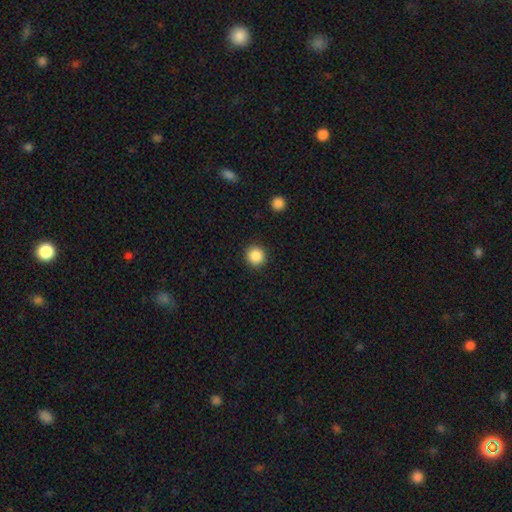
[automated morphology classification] smooth-or-featured: smooth: 87% | star or artifact: 9% | featured or disk: 4%
  how-rounded: round: 95% | in between: 4% | cigar-shaped: 1%
  merging: none: 92% | minor disturbance: 5% | major disturbance: 2% | merger: 1%